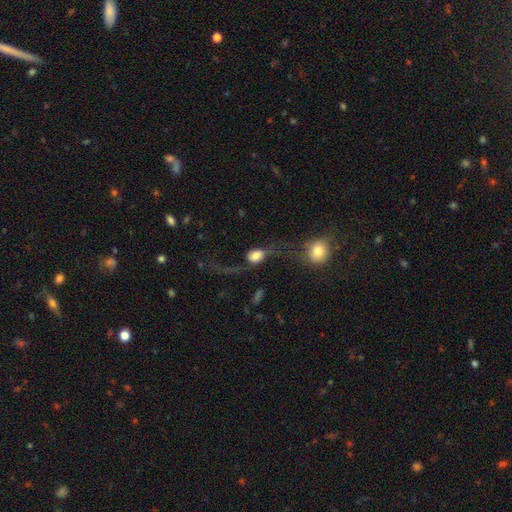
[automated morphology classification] The model was most divided on "smooth or featured": smooth: 49%, featured or disk: 41%, star or artifact: 10%. Remaining: merging — major disturbance (43%).